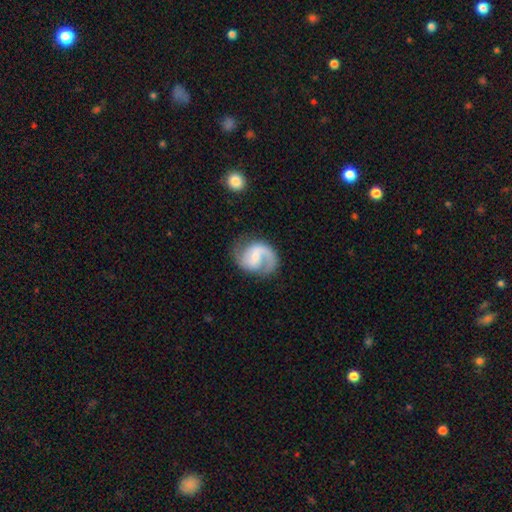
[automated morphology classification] Q: Smooth or featured?
A: featured or disk (80%); runner-up: smooth (15%)
Q: Edge-on disk?
A: no (98%); runner-up: yes (2%)
Q: Bar?
A: weak (53%); runner-up: no (31%)
Q: Spiral arms?
A: yes (95%); runner-up: no (5%)
Q: Spiral winding?
A: medium (49%); runner-up: loose (32%)
Q: Spiral arm count?
A: 2 (61%); runner-up: 1 (33%)
Q: Bulge size?
A: small (51%); runner-up: moderate (32%)
Q: Merging?
A: none (65%); runner-up: minor disturbance (19%)